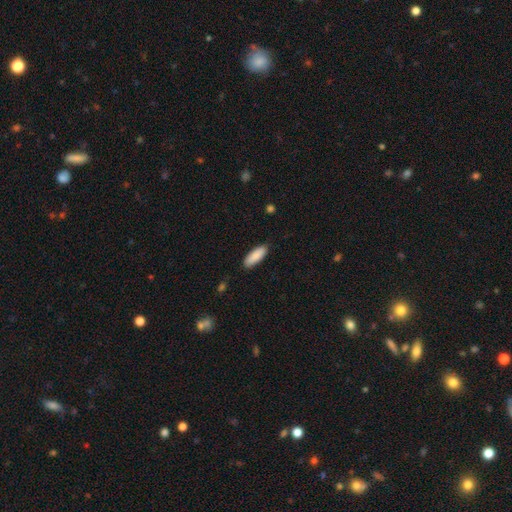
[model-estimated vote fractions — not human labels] Smooth or featured: smooth — 89% (featured or disk — 6%)
How rounded: in between — 64% (cigar-shaped — 34%)
Merging: none — 88% (minor disturbance — 9%)